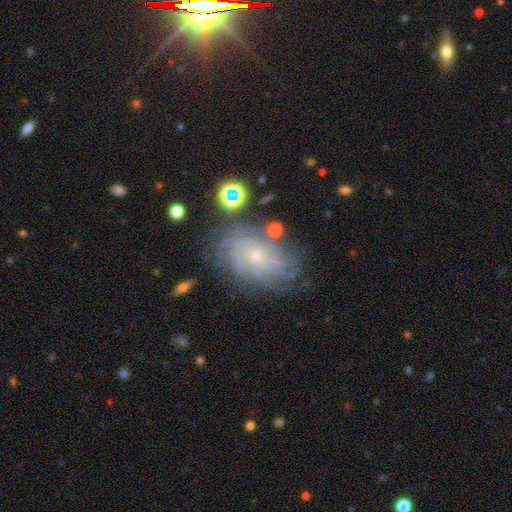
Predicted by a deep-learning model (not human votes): Morphology: type=featured or disk (78%); edge-on=no (96%); bar=no (80%); spiral arms=yes (94%); winding=tight (73%); arm count=can't tell (39%); bulge=small (83%); merging=none (74%).